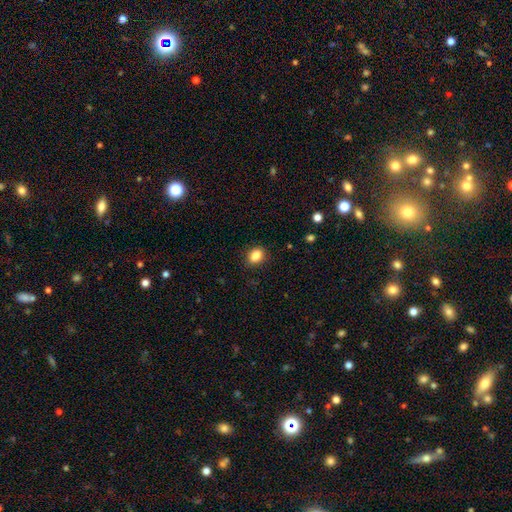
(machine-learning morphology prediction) Smooth or featured? Predicted: smooth (p=0.85). How rounded? Predicted: in between (p=0.62). Merging? Predicted: none (p=0.86).